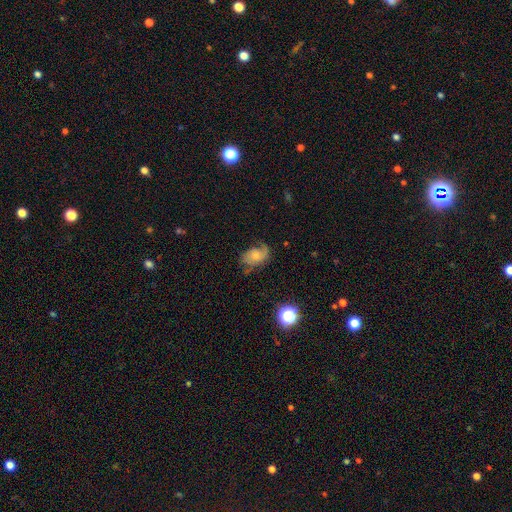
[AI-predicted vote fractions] The model was most divided on "spiral winding": loose: 41%, medium: 40%, tight: 19%. Remaining: edge-on disk — no (96%); spiral arms — yes (87%); bar — no (71%); smooth or featured — featured or disk (60%); spiral arm count — 2 (52%); merging — none (51%); bulge size — small (45%).